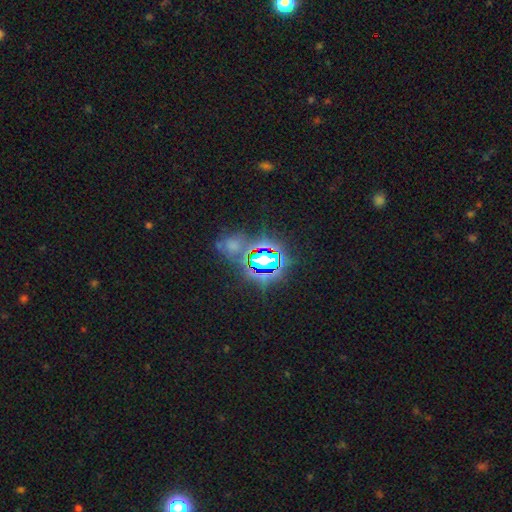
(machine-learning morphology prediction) Q: Smooth or featured?
A: star or artifact (76%); runner-up: smooth (16%)